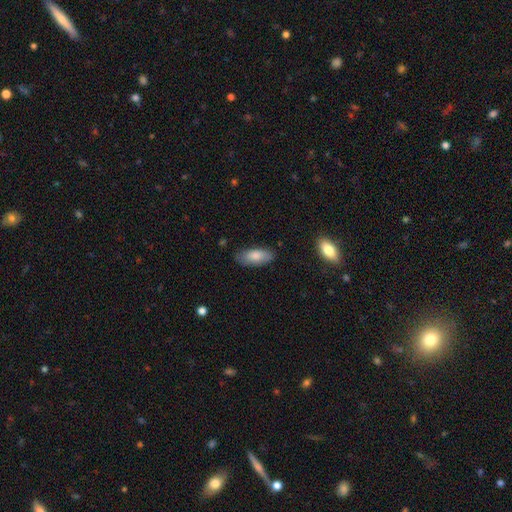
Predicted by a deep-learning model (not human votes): This appears to be a smooth galaxy with no disk features (83%) that is in between round and cigar-shaped (85%). Merging: none (80%).